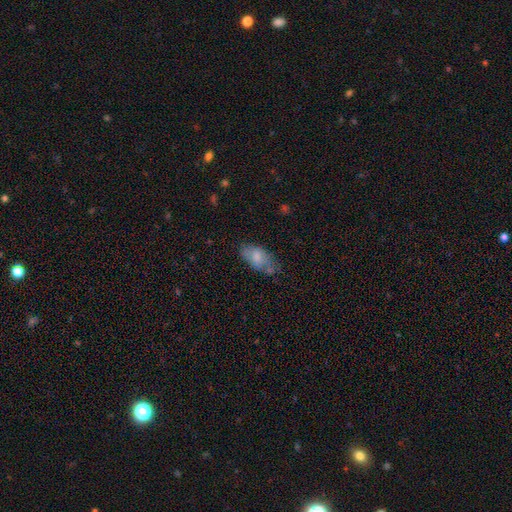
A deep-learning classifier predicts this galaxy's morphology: smooth 69%, featured or disk 23%, star or artifact 8%. Down the decision tree: how rounded — in between (88%); merging — none (55%).